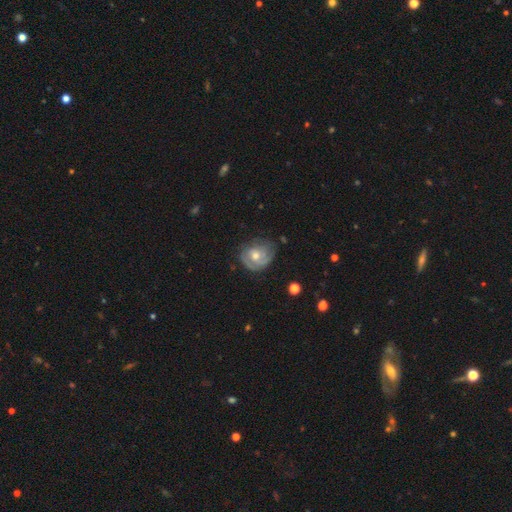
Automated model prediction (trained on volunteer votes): A featured or disk galaxy (64%) with no bar (78%), spiral arms (78%) and a moderate central bulge (67%). Merging: none (59%).